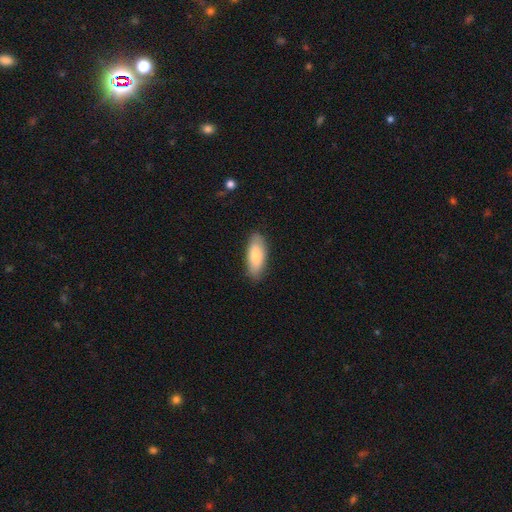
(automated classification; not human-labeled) Smooth or featured? smooth (80%)
How rounded? in between (77%)
Merging? none (85%)